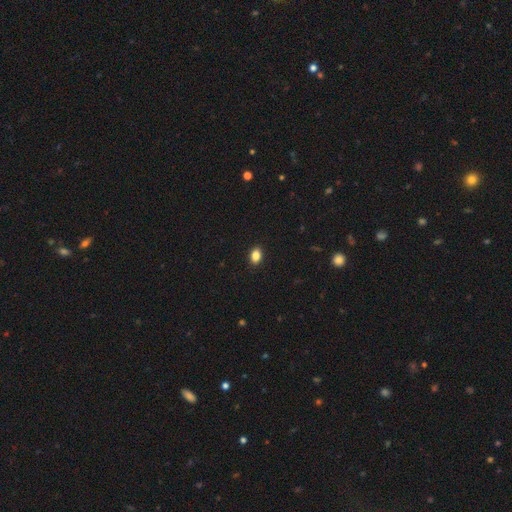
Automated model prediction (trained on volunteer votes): This appears to be a smooth galaxy with no disk features (86%) that is in between round and cigar-shaped (83%). Merging: none (90%).